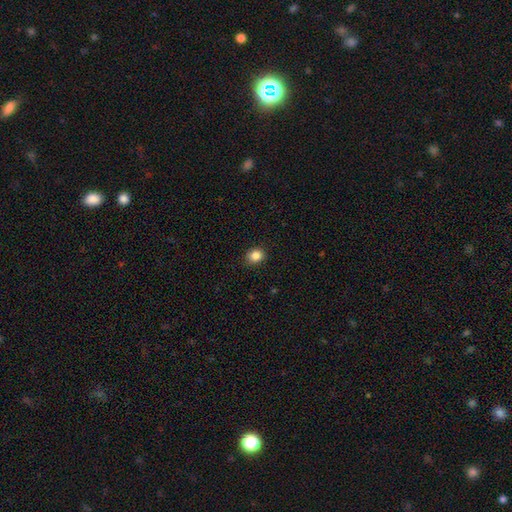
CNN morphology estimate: Smooth or featured? Predicted: smooth (p=0.86). How rounded? Predicted: round (p=0.63). Merging? Predicted: none (p=0.88).